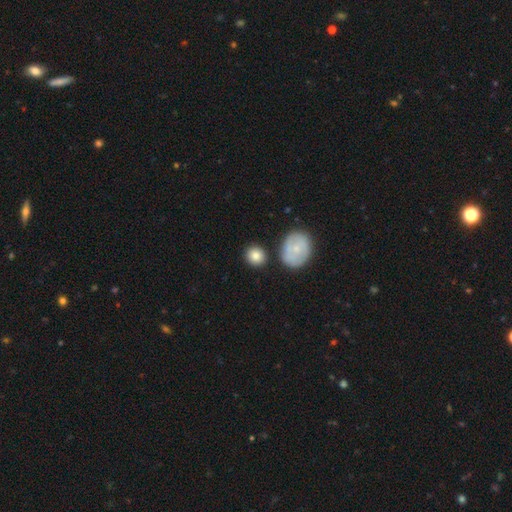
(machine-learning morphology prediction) Smooth or featured?
  - smooth: 84% *
  - featured or disk: 8%
  - star or artifact: 7%
How rounded?
  - round: 83% *
  - in between: 16%
  - cigar-shaped: 1%
Merging?
  - none: 81% *
  - minor disturbance: 10%
  - merger: 6%
  - major disturbance: 3%